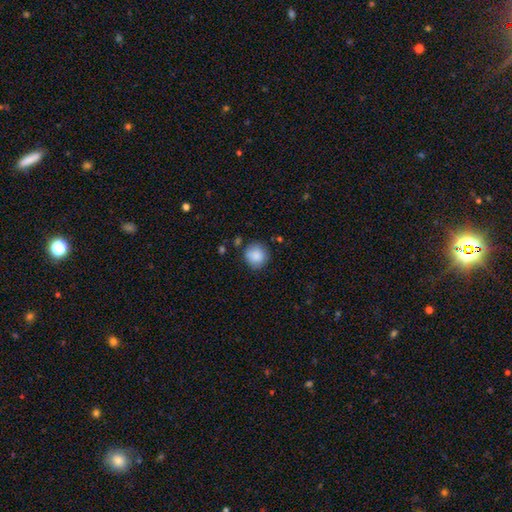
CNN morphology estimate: Q: Smooth or featured?
A: smooth (87%); runner-up: star or artifact (8%)
Q: How rounded?
A: round (90%); runner-up: in between (9%)
Q: Merging?
A: none (79%); runner-up: minor disturbance (14%)